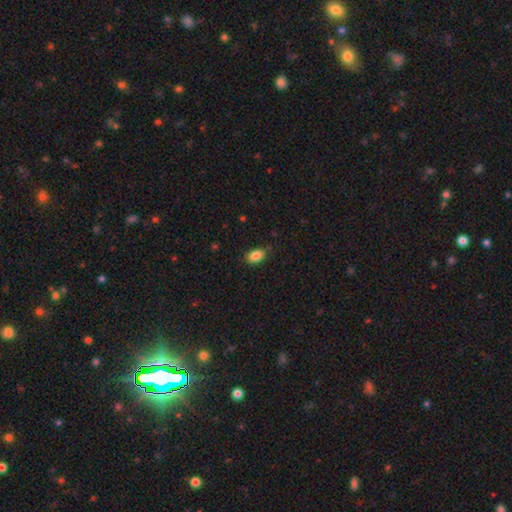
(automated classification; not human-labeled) smooth-or-featured: smooth: 87% | star or artifact: 9% | featured or disk: 4%
  how-rounded: in between: 88% | round: 11% | cigar-shaped: 2%
  merging: none: 82% | minor disturbance: 14% | major disturbance: 3% | merger: 1%